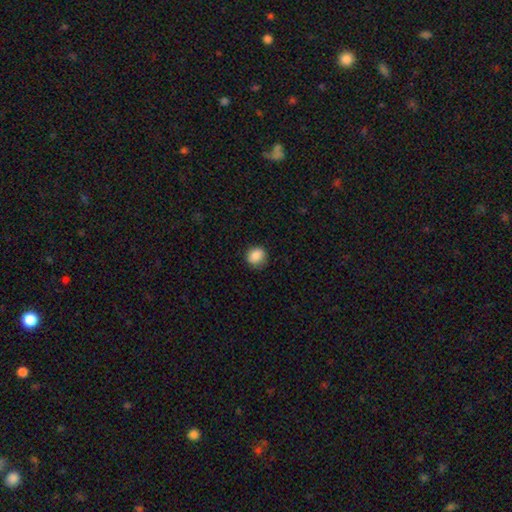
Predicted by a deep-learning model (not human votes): A smooth galaxy with no disk features (87%) that is round (79%).

Vote fractions:
- Smooth or featured? smooth: 87% / star or artifact: 9% / featured or disk: 4%
- How rounded? round: 79% / in between: 20% / cigar-shaped: 1%
- Merging? none: 80% / minor disturbance: 16% / major disturbance: 3% / merger: 1%